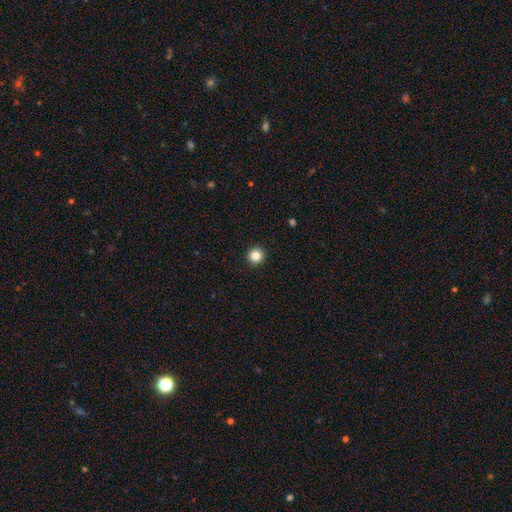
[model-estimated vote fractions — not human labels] Smooth or featured? Predicted: smooth (p=0.84). How rounded? Predicted: round (p=0.94). Merging? Predicted: none (p=0.94).